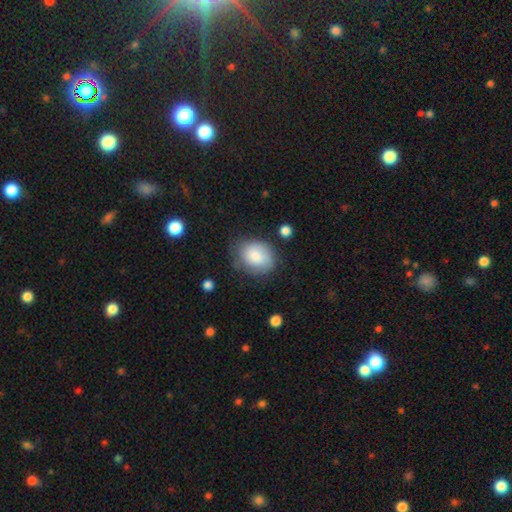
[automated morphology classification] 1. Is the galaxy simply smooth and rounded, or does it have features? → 81% smooth, 12% featured or disk, 7% star or artifact.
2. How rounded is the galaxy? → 56% in between, 43% round, 1% cigar-shaped.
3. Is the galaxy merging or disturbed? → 64% none, 25% minor disturbance, 9% major disturbance, 3% merger.